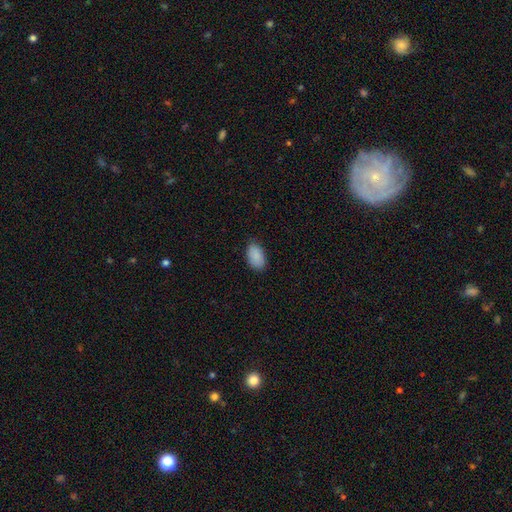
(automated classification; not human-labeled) Smooth or featured?
  - smooth: 90% *
  - star or artifact: 7%
  - featured or disk: 4%
How rounded?
  - in between: 93% *
  - round: 5%
  - cigar-shaped: 1%
Merging?
  - none: 82% *
  - minor disturbance: 15%
  - major disturbance: 3%
  - merger: 1%